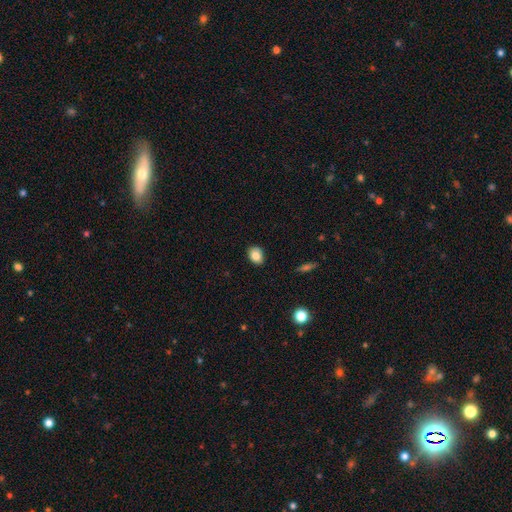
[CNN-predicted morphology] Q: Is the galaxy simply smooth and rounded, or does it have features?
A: smooth — 84%.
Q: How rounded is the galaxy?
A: in between — 62%.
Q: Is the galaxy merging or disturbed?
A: none — 86%.